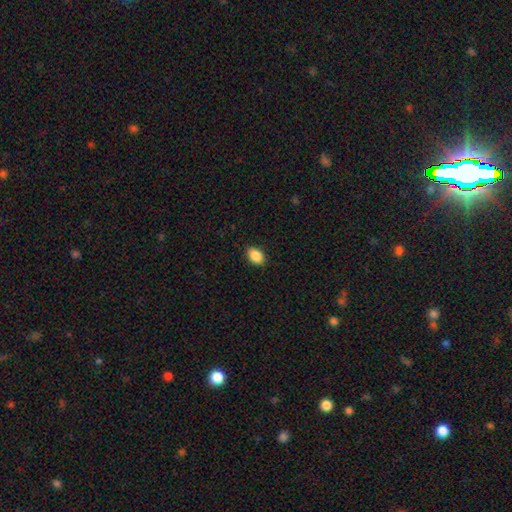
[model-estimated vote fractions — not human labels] Q: Smooth or featured?
A: smooth (89%); runner-up: star or artifact (8%)
Q: How rounded?
A: in between (83%); runner-up: round (15%)
Q: Merging?
A: none (89%); runner-up: minor disturbance (8%)